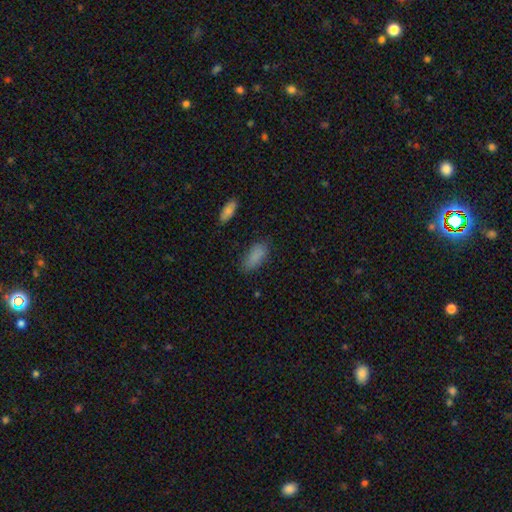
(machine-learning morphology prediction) A smooth galaxy with no disk features (85%) that is in between round and cigar-shaped (84%).

Vote fractions:
- Smooth or featured? smooth: 85% / star or artifact: 9% / featured or disk: 6%
- How rounded? in between: 84% / cigar-shaped: 13% / round: 3%
- Merging? none: 74% / minor disturbance: 18% / major disturbance: 5% / merger: 2%